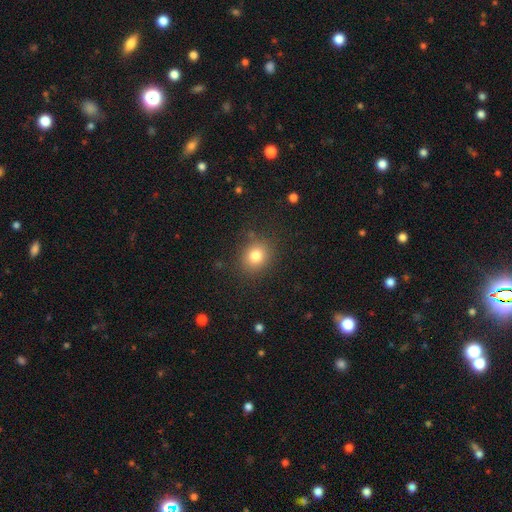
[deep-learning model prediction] Smooth or featured?
  - smooth: 81% *
  - star or artifact: 12%
  - featured or disk: 7%
How rounded?
  - round: 71% *
  - in between: 28%
  - cigar-shaped: 1%
Merging?
  - none: 85% *
  - minor disturbance: 10%
  - major disturbance: 4%
  - merger: 2%